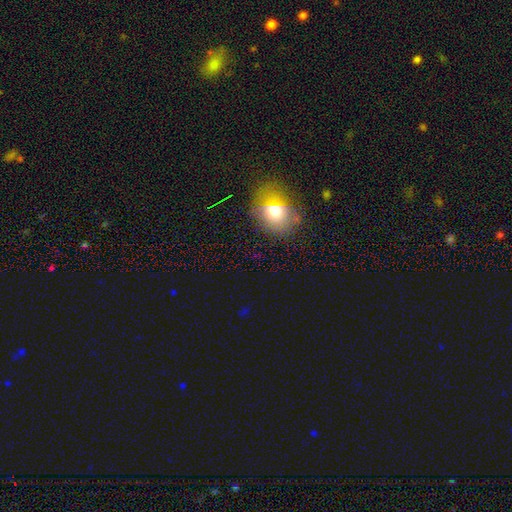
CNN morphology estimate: Overall: smooth (49%; star or artifact 38%). Merging: none (77%).